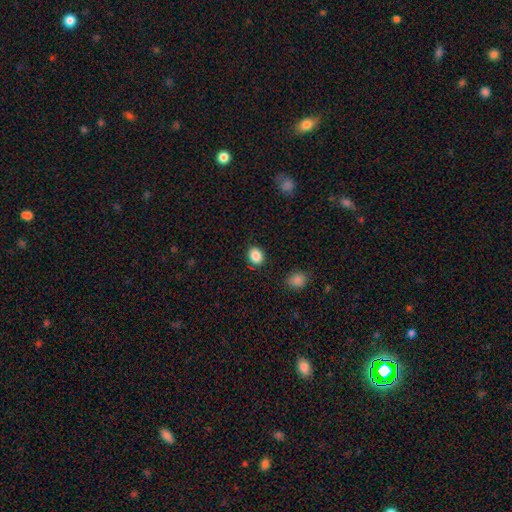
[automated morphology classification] smooth_or_featured: smooth (p=0.87) [alt: star or artifact p=0.09]
how_rounded: round (p=0.59) [alt: in between p=0.40]
merging: none (p=0.88) [alt: minor disturbance p=0.08]